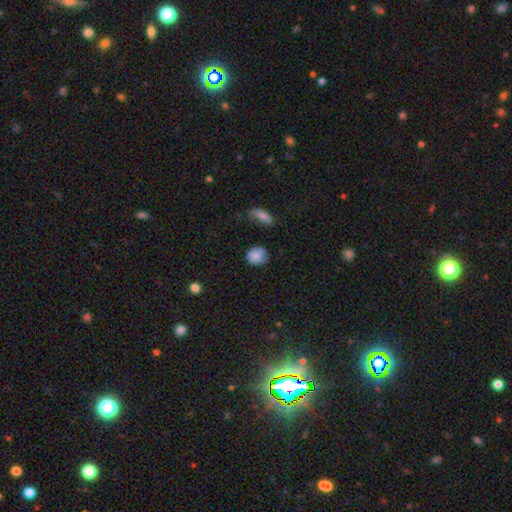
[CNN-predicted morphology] smooth-or-featured: smooth: 84% | star or artifact: 9% | featured or disk: 7%
  how-rounded: round: 72% | in between: 27% | cigar-shaped: 1%
  merging: none: 67% | minor disturbance: 24% | major disturbance: 5% | merger: 3%